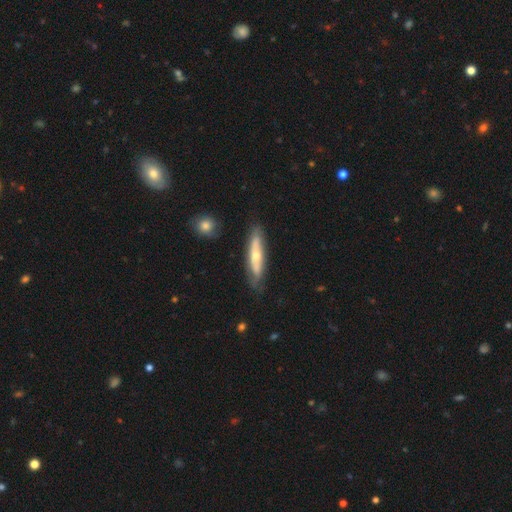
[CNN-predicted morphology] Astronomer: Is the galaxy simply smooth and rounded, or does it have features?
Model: featured or disk — 56% (runner-up: smooth, 38%).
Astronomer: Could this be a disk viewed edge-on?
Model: yes — 62% (runner-up: no, 38%).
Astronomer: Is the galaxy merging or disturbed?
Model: none — 79%.